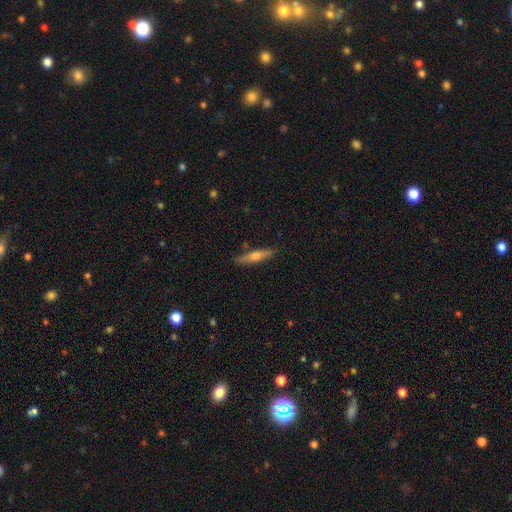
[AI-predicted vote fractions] This is possibly a featured or disk galaxy (51%). It is clearly viewed edge-on (93%). Merging: clearly none (87%).